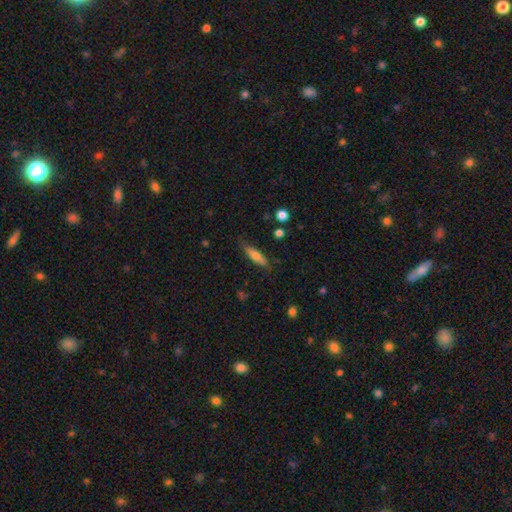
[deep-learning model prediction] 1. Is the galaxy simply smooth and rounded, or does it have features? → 63% smooth, 30% featured or disk, 7% star or artifact.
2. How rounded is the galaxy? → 63% cigar-shaped, 35% in between, 2% round.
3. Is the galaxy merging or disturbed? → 76% none, 18% minor disturbance, 4% major disturbance, 2% merger.